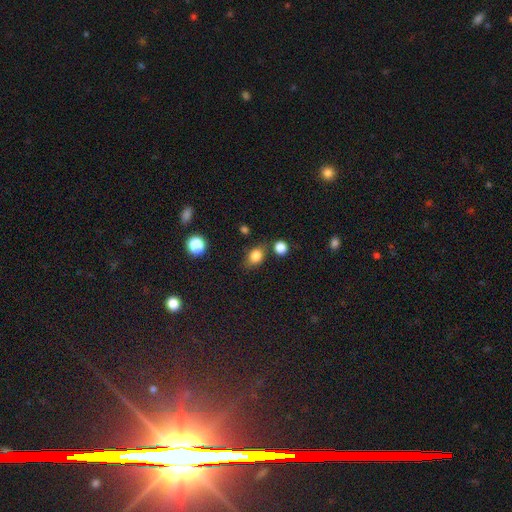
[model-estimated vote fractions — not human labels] The model was most divided on "how rounded": in between: 62%, round: 37%, cigar-shaped: 2%. More confident: smooth or featured — smooth (82%); merging — none (72%).